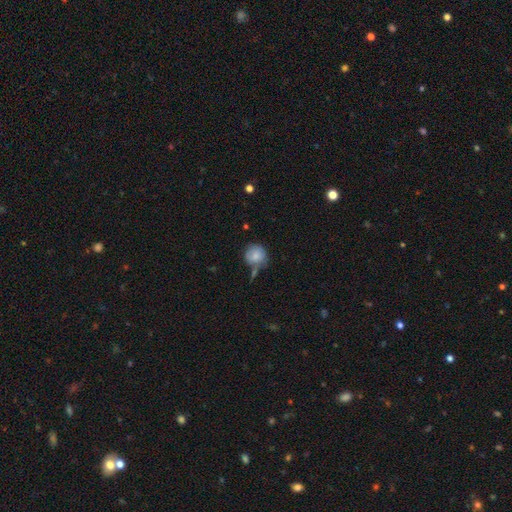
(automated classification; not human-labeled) Smooth or featured? Predicted: smooth (p=0.83). How rounded? Predicted: round (p=0.88). Merging? Predicted: none (p=0.58).